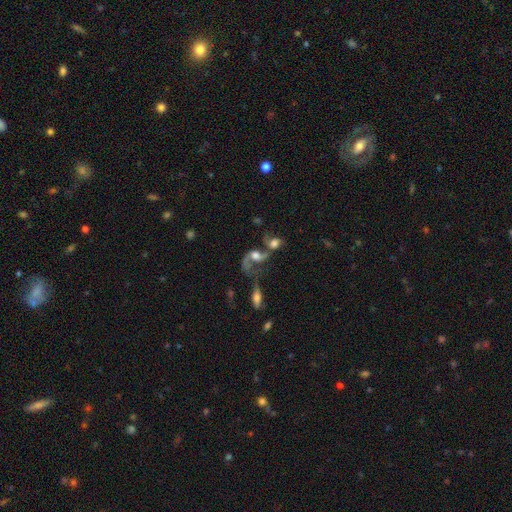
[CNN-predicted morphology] Overall: featured or disk (69%). Edge-on disk: no (95%). Bar: no (65%; weak 28%). Spiral arms: yes (84%). Spiral arm count: 2 (73%). Spiral winding: loose (72%). Bulge size: moderate (44%; large 31%). Merging: merger (65%).